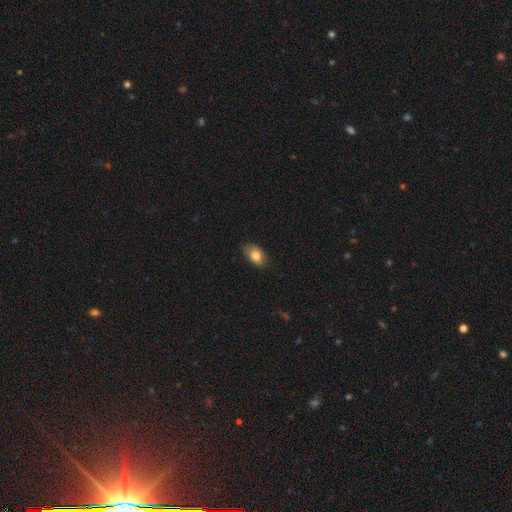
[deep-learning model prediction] Morphology: type=smooth (81%); roundness=in between (86%); merging=none (76%).